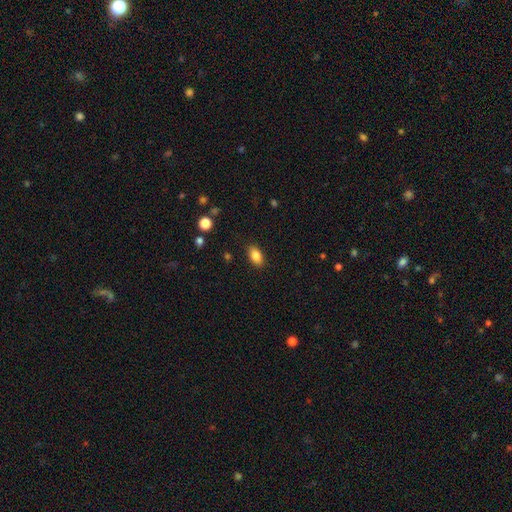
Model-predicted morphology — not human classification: Smooth or featured? Predicted: smooth (p=0.85). How rounded? Predicted: in between (p=0.89). Merging? Predicted: none (p=0.87).